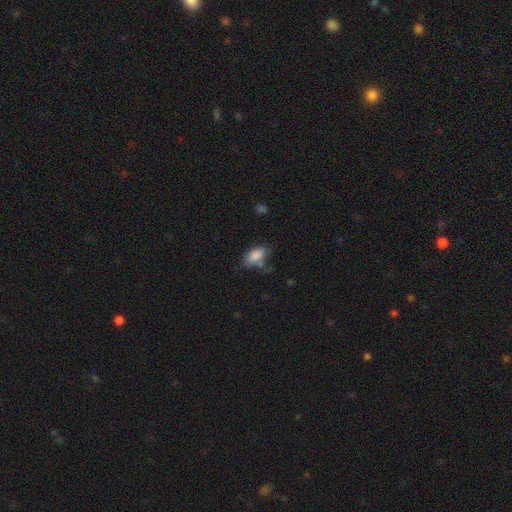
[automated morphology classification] smooth_or_featured: smooth (p=0.84) [alt: star or artifact p=0.08]
how_rounded: in between (p=0.91) [alt: round p=0.06]
merging: none (p=0.53) [alt: minor disturbance p=0.29]